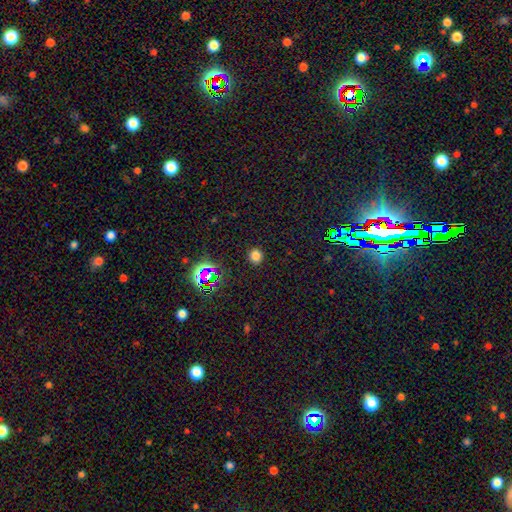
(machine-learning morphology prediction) Smooth or featured: smooth — 75% (star or artifact — 20%)
How rounded: round — 88% (in between — 11%)
Merging: none — 91% (minor disturbance — 6%)